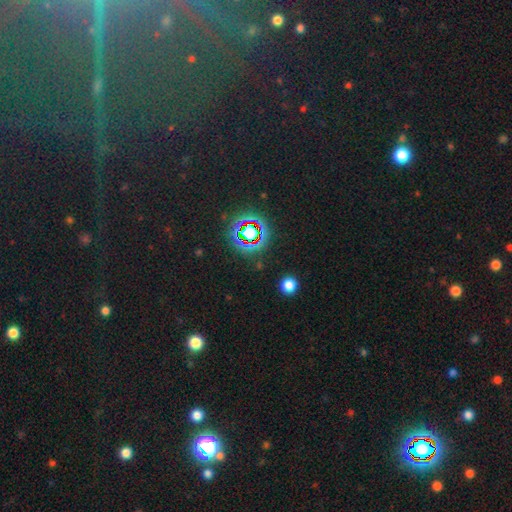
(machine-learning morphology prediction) A star or artifact, not a galaxy (76%).

Vote fractions:
- Smooth or featured? star or artifact: 76% / smooth: 14% / featured or disk: 10%